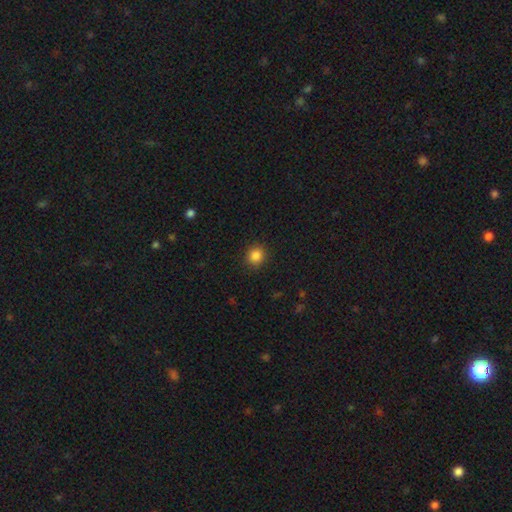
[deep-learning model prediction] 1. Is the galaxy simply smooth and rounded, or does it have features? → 85% smooth, 11% star or artifact, 4% featured or disk.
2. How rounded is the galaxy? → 88% round, 11% in between, 1% cigar-shaped.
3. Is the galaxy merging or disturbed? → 91% none, 6% minor disturbance, 2% major disturbance, 1% merger.